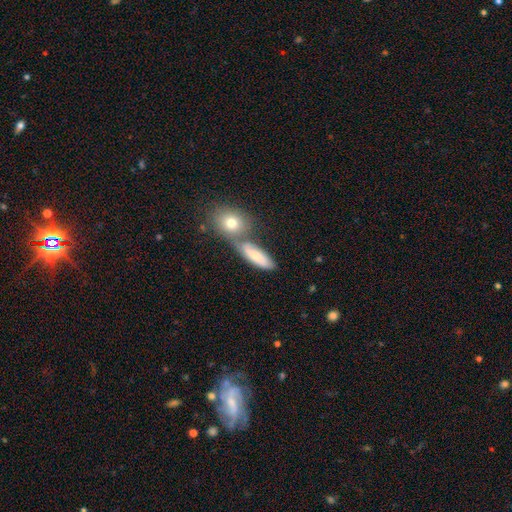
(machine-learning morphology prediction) This is likely a smooth galaxy (71%). How rounded: likely in between (62%). Merging: possibly none (47%).